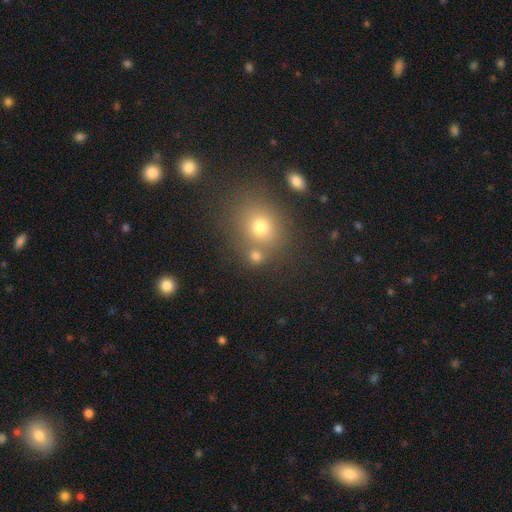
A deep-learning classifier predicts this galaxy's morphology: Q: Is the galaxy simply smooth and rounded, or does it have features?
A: smooth — 72%.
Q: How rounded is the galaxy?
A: round — 76%.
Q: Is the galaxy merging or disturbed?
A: none — 62%.